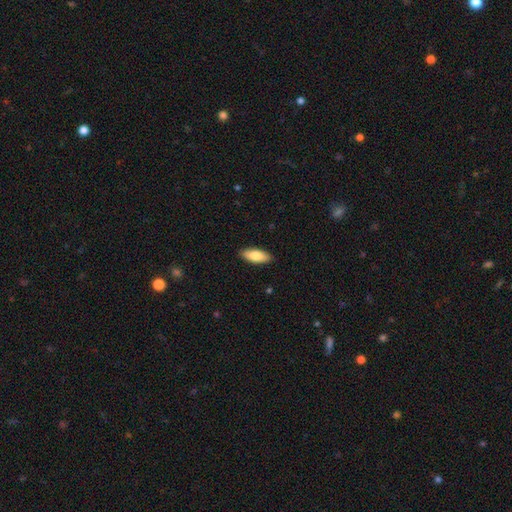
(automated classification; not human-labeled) Smooth or featured: smooth — 84% (featured or disk — 11%)
How rounded: in between — 78% (cigar-shaped — 20%)
Merging: none — 89% (minor disturbance — 8%)